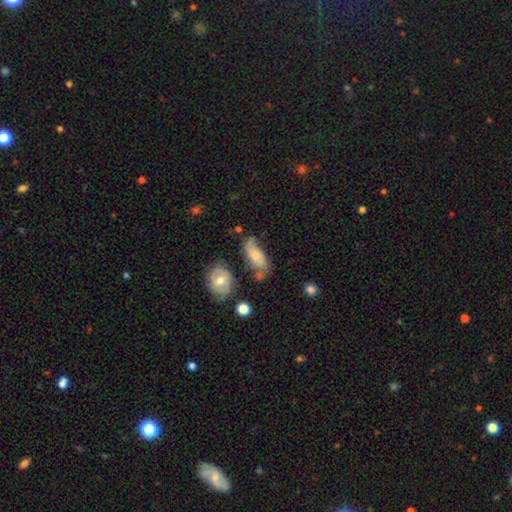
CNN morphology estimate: Overall: smooth (51%; featured or disk 40%). How rounded: in between (84%). Merging: none (42%; minor disturbance 29%).